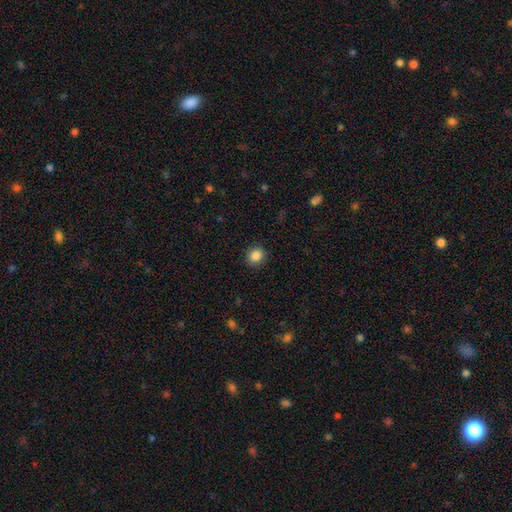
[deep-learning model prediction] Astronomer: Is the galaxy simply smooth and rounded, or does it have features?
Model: smooth — 86%.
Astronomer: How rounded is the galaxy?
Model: round — 70%.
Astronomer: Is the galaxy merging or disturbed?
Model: none — 90%.